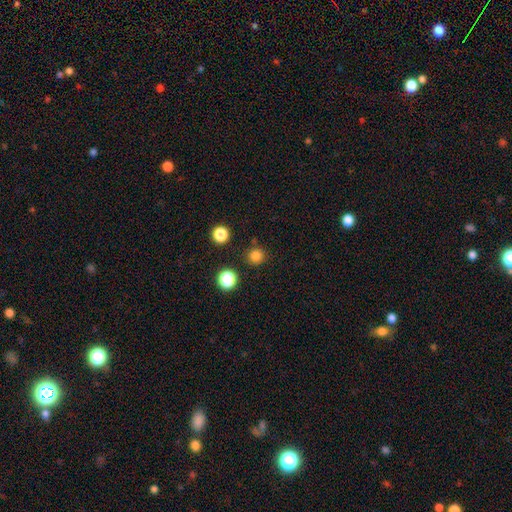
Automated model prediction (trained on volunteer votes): The model was most divided on "smooth or featured": smooth: 80%, star or artifact: 16%, featured or disk: 4%. More confident: how rounded — round (94%); merging — none (87%).